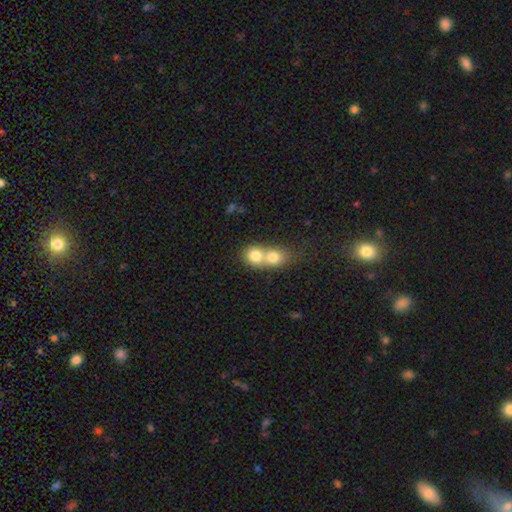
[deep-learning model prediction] Smooth or featured?
  - smooth: 74% *
  - featured or disk: 17%
  - star or artifact: 9%
How rounded?
  - round: 71% *
  - in between: 27%
  - cigar-shaped: 1%
Merging?
  - merger: 74% *
  - none: 19%
  - minor disturbance: 4%
  - major disturbance: 2%